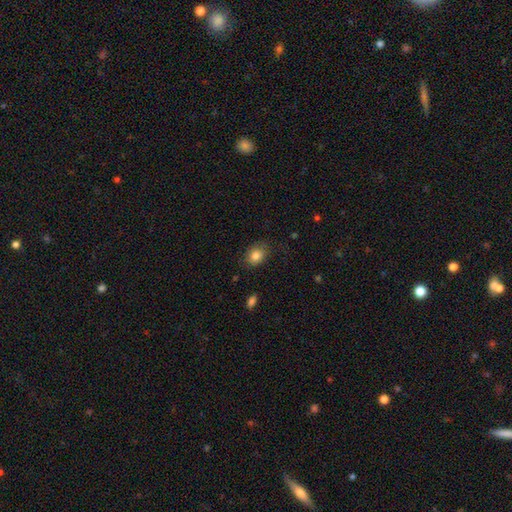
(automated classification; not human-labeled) A smooth galaxy with no disk features (83%) that is in between round and cigar-shaped (54%).

Vote fractions:
- Smooth or featured? smooth: 83% / star or artifact: 10% / featured or disk: 8%
- How rounded? in between: 54% / round: 45% / cigar-shaped: 1%
- Merging? none: 78% / minor disturbance: 16% / major disturbance: 4% / merger: 1%